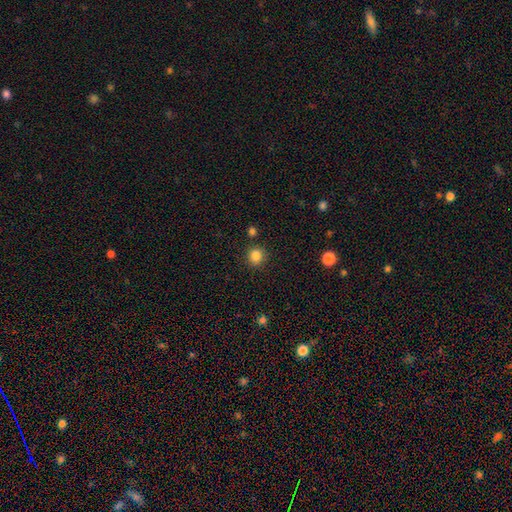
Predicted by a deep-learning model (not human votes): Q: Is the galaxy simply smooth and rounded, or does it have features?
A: smooth — 85%.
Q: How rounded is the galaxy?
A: round — 89%.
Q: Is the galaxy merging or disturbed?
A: none — 86%.